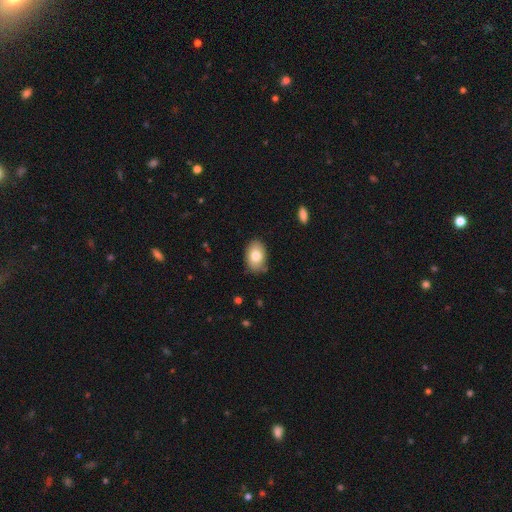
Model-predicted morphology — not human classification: This appears to be a smooth galaxy with no disk features (79%) that is in between round and cigar-shaped (87%). Merging: none (83%).